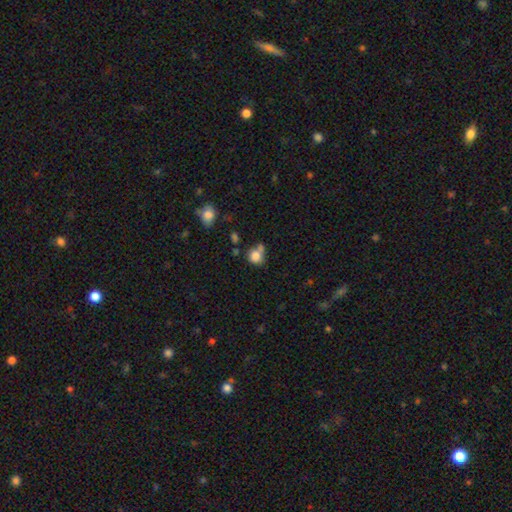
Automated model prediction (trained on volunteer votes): smooth_or_featured: smooth (p=0.82) [alt: star or artifact p=0.10]
how_rounded: round (p=0.77) [alt: in between p=0.22]
merging: none (p=0.47) [alt: merger p=0.28]